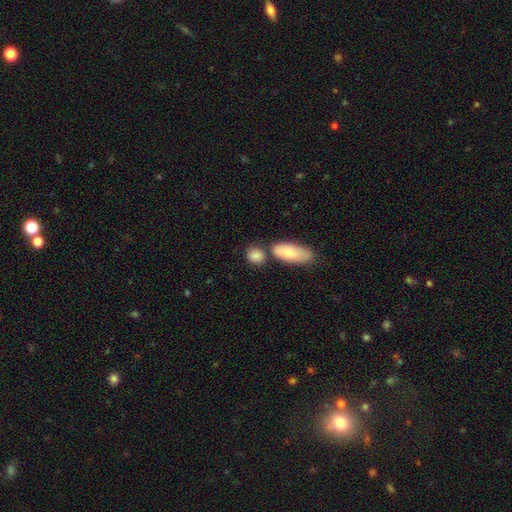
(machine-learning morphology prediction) Q: Smooth or featured?
A: smooth (84%); runner-up: featured or disk (9%)
Q: How rounded?
A: in between (48%); runner-up: round (47%)
Q: Merging?
A: none (60%); runner-up: merger (23%)